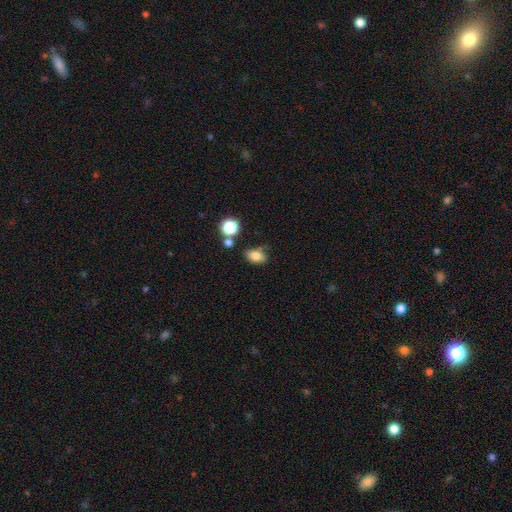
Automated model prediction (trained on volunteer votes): A smooth galaxy with no disk features (80%) that is in between round and cigar-shaped (82%). Merging: none (73%).